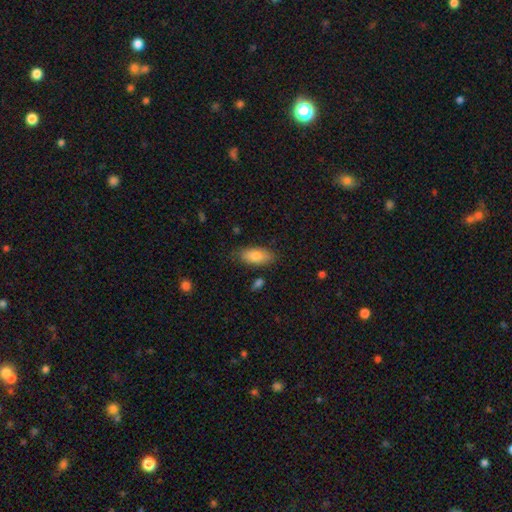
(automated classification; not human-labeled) This is clearly a smooth galaxy (81%). How rounded: clearly in between (88%). Merging: likely none (79%).